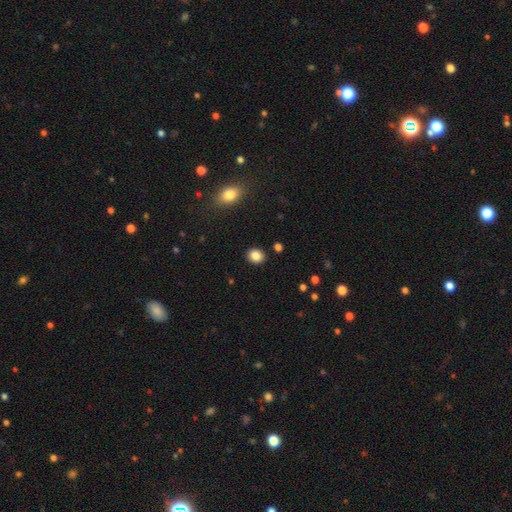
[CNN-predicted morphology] A smooth galaxy with no disk features (85%) that is round (68%).

Vote fractions:
- Smooth or featured? smooth: 85% / star or artifact: 10% / featured or disk: 5%
- How rounded? round: 68% / in between: 31% / cigar-shaped: 1%
- Merging? none: 91% / minor disturbance: 6% / major disturbance: 2% / merger: 2%